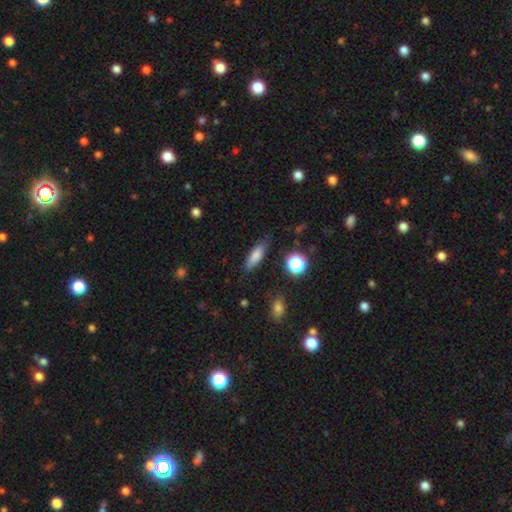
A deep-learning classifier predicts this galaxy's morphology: A smooth galaxy with no disk features (78%) that is in between round and cigar-shaped (54%).

Vote fractions:
- Smooth or featured? smooth: 78% / featured or disk: 11% / star or artifact: 11%
- How rounded? in between: 54% / cigar-shaped: 42% / round: 4%
- Merging? none: 80% / minor disturbance: 14% / major disturbance: 4% / merger: 2%